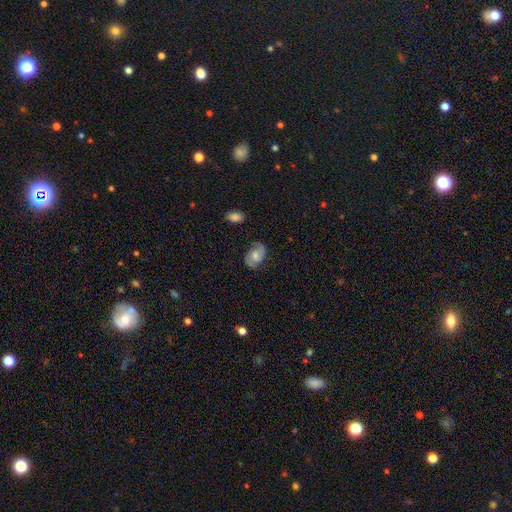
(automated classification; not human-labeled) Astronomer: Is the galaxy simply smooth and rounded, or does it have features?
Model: featured or disk — 60%.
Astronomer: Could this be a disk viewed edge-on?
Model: no — 96%.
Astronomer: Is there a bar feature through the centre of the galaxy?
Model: no — 54% (runner-up: weak, 38%).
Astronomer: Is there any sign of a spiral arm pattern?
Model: yes — 87%.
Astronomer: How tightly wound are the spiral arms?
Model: medium — 47% (runner-up: tight, 30%).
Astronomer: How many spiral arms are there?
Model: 2 — 84%.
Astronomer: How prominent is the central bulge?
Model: moderate — 58%.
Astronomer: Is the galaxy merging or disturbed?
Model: none — 74%.